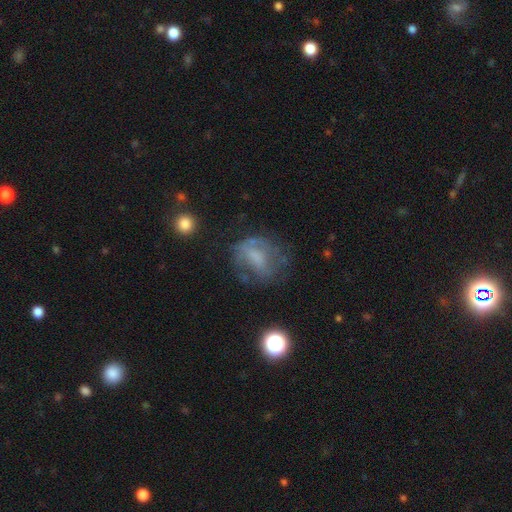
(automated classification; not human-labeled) This appears to be a featured or disk galaxy (47%). Merging: none (49%).